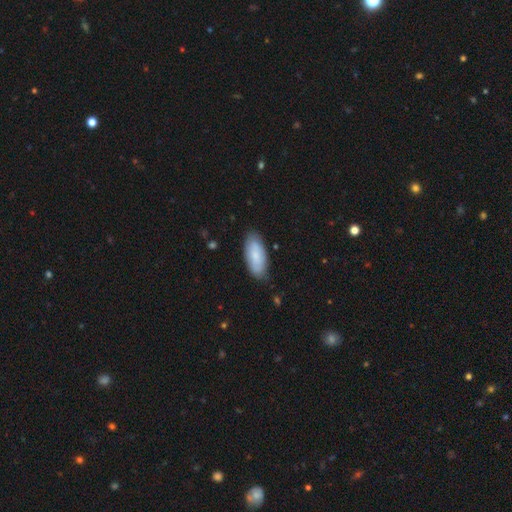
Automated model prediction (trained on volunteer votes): This is clearly a smooth galaxy (80%). How rounded: clearly in between (86%). Merging: clearly none (83%).